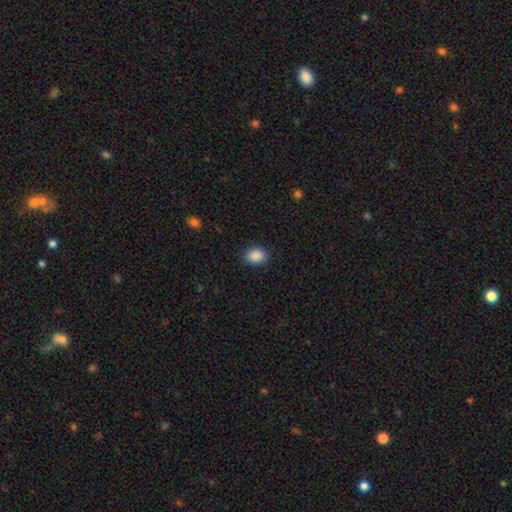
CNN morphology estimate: Smooth or featured: smooth — 89% (star or artifact — 8%)
How rounded: in between — 67% (round — 32%)
Merging: none — 88% (minor disturbance — 9%)